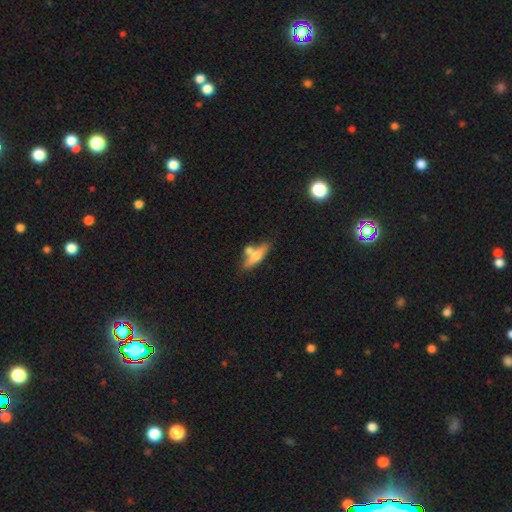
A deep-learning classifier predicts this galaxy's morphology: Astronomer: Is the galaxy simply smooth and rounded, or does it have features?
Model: smooth — 49% (runner-up: featured or disk, 45%).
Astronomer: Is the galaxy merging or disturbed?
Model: none — 56%.